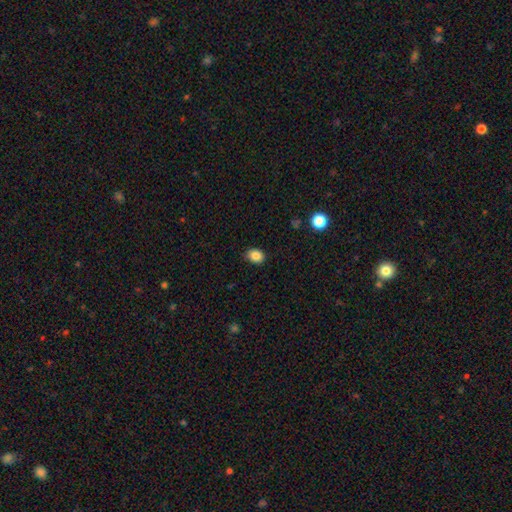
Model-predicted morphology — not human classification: type=smooth (85%); roundness=in between (55%); merging=none (85%).